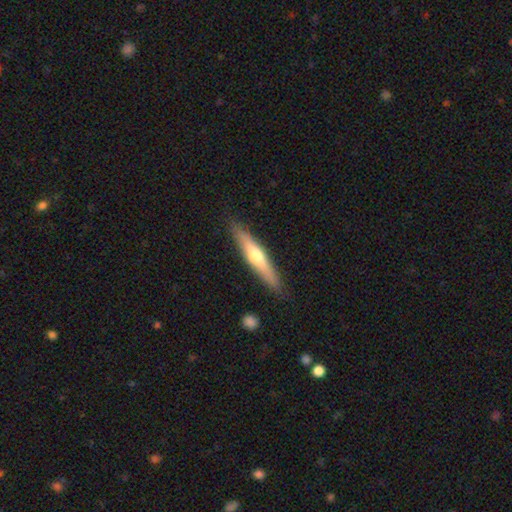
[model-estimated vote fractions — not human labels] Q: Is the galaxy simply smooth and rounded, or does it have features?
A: featured or disk — 51%.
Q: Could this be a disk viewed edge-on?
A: yes — 91%.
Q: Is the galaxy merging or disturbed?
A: none — 88%.